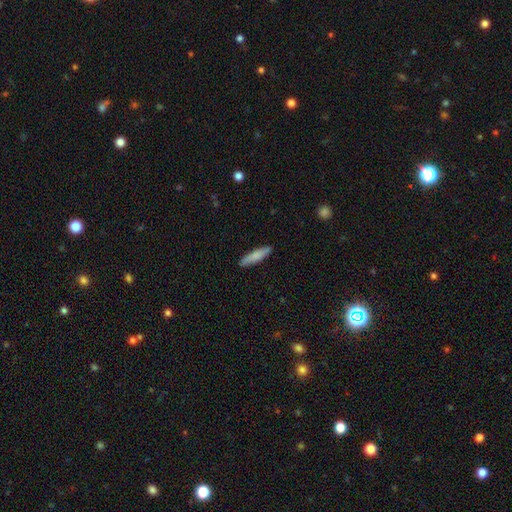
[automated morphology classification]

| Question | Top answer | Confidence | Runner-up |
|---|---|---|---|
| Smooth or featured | smooth | 80% | featured or disk (15%) |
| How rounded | cigar-shaped | 82% | in between (17%) |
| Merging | none | 88% | minor disturbance (9%) |